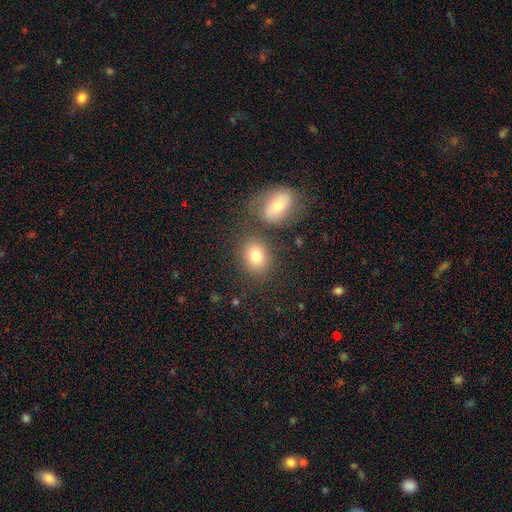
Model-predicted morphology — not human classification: This appears to be a smooth galaxy with no disk features (80%) that is in between round and cigar-shaped (55%). Merging: none (71%).